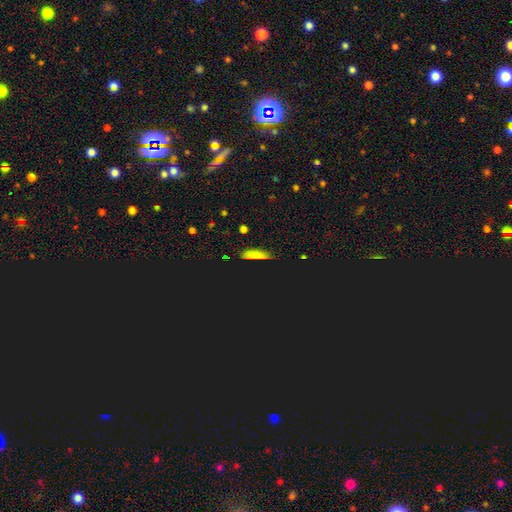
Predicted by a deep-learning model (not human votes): Morphology: type=smooth (46%); merging=none (80%).